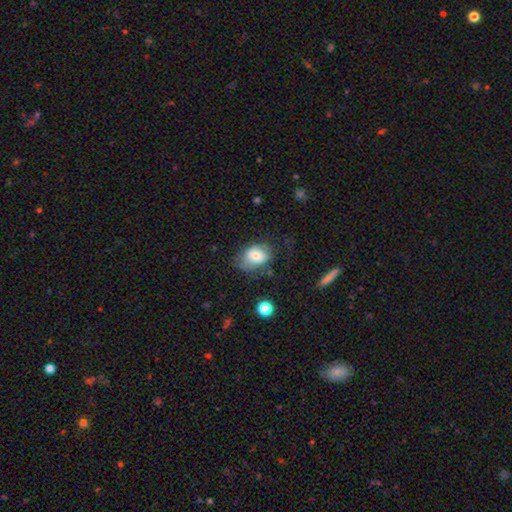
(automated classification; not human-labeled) This appears to be a smooth galaxy with no disk features (60%) that is in between round and cigar-shaped (73%). Merging: none (53%).